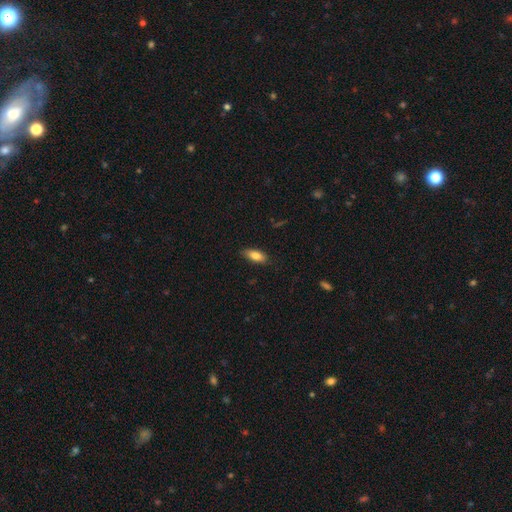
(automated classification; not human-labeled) The model was most divided on "how rounded": in between: 82%, cigar-shaped: 15%, round: 3%. More confident: merging — none (84%); smooth or featured — smooth (82%).